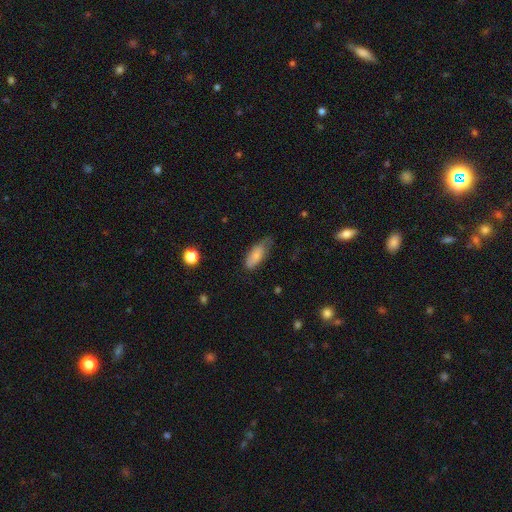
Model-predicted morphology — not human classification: Smooth or featured: smooth — 78% (featured or disk — 16%)
How rounded: in between — 79% (cigar-shaped — 19%)
Merging: none — 50% (minor disturbance — 37%)